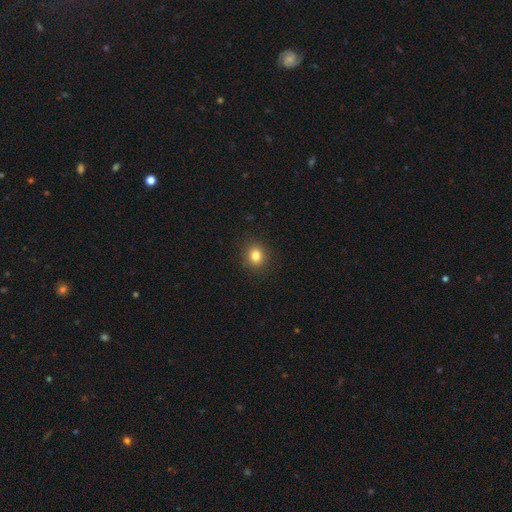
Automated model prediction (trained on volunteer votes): Smooth or featured? Predicted: smooth (p=0.82). How rounded? Predicted: round (p=0.74). Merging? Predicted: none (p=0.90).